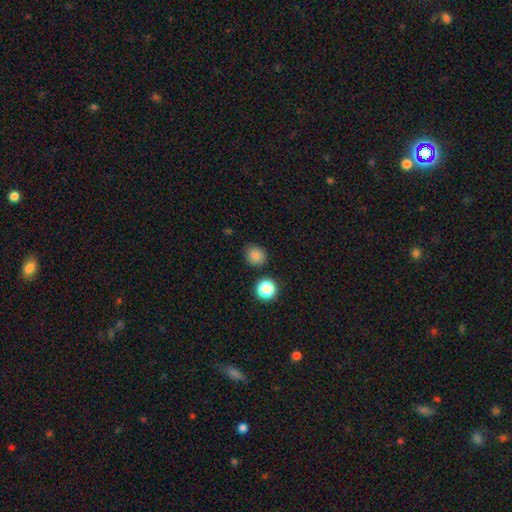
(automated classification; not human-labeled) smooth_or_featured: smooth (p=0.83) [alt: star or artifact p=0.13]
how_rounded: round (p=0.79) [alt: in between p=0.20]
merging: none (p=0.84) [alt: minor disturbance p=0.10]